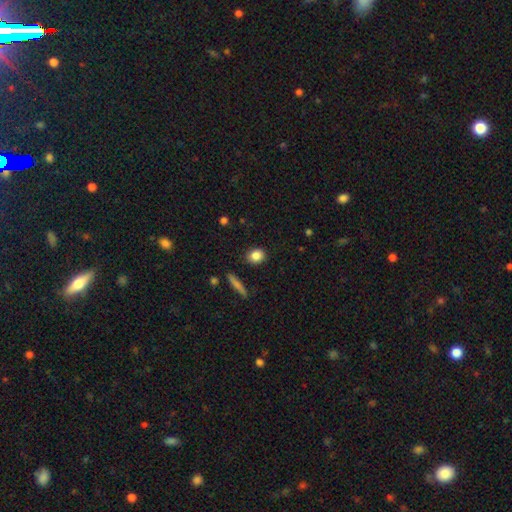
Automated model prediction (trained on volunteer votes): This is clearly a smooth galaxy (85%). How rounded: possibly round (54%). Merging: clearly none (86%).